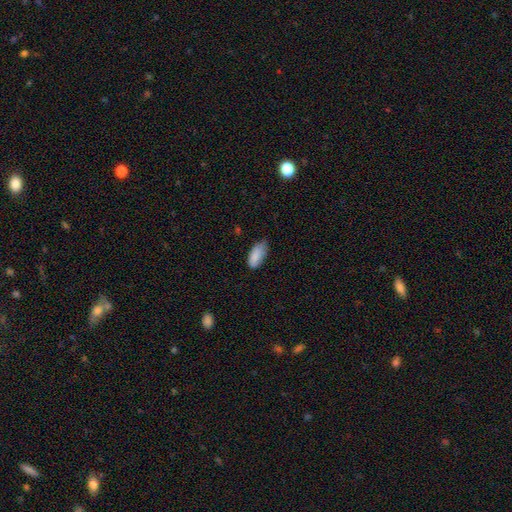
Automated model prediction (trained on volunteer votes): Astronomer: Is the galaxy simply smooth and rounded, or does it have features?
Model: smooth — 87%.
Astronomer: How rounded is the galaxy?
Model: in between — 90%.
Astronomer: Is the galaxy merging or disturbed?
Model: none — 57% (runner-up: minor disturbance, 35%).